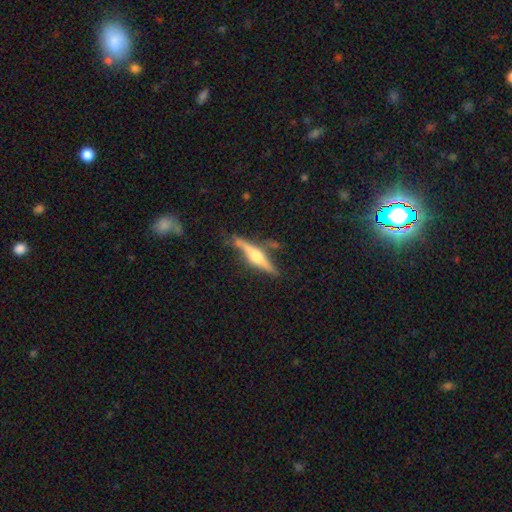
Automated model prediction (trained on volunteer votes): smooth_or_featured: featured or disk (p=0.75) [alt: smooth p=0.20]
disk_edge_on: yes (p=0.97) [alt: no p=0.03]
edge_on_bulge: rounded (p=0.93) [alt: boxy p=0.04]
merging: none (p=0.70) [alt: minor disturbance p=0.19]